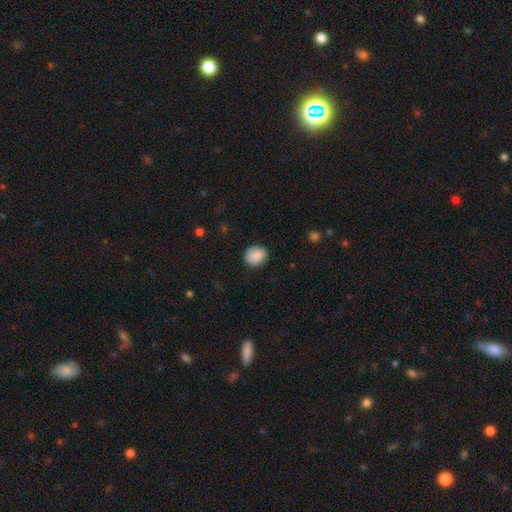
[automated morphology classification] This appears to be a smooth galaxy with no disk features (88%) that is round (65%). Merging: none (83%).